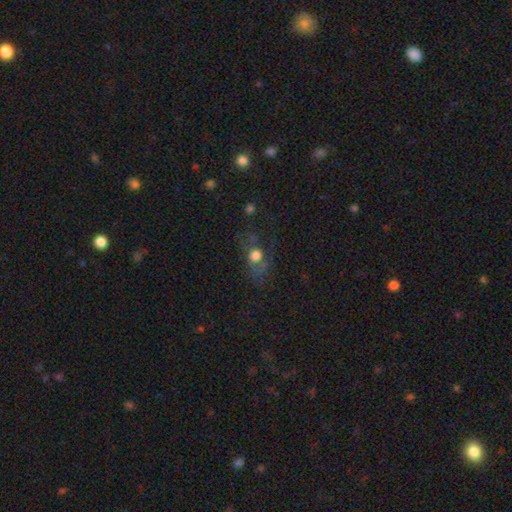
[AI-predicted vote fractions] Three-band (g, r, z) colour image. It shows a smooth galaxy with no disk features (51%) that is round (59%). Merging: none (51%).